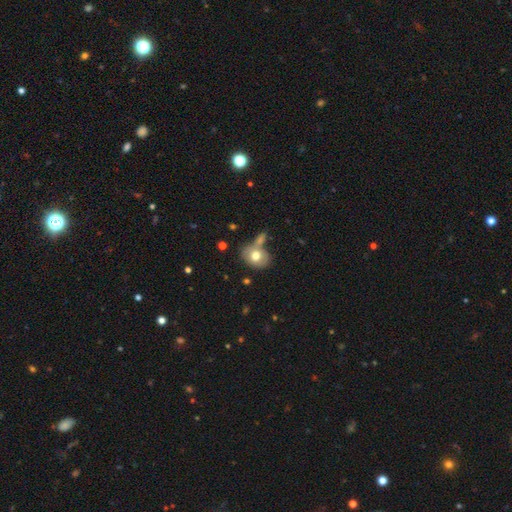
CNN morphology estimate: smooth-or-featured: smooth: 70% | featured or disk: 22% | star or artifact: 8%
  how-rounded: in between: 60% | round: 39% | cigar-shaped: 1%
  merging: none: 49% | merger: 27% | minor disturbance: 17% | major disturbance: 7%